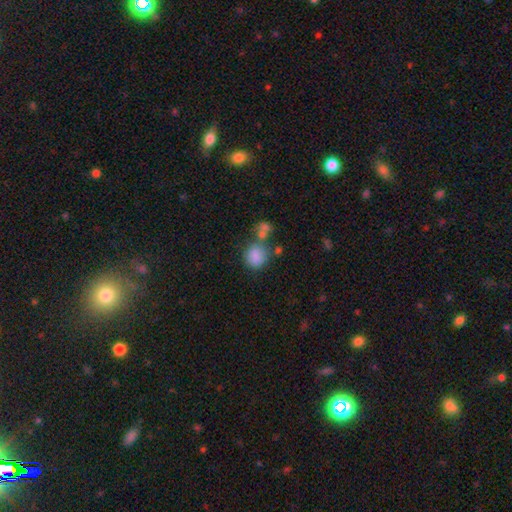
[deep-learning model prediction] The model was most divided on "merging": none: 54%, merger: 24%, minor disturbance: 15%, major disturbance: 7%. More confident: smooth or featured — smooth (83%); how rounded — round (71%).